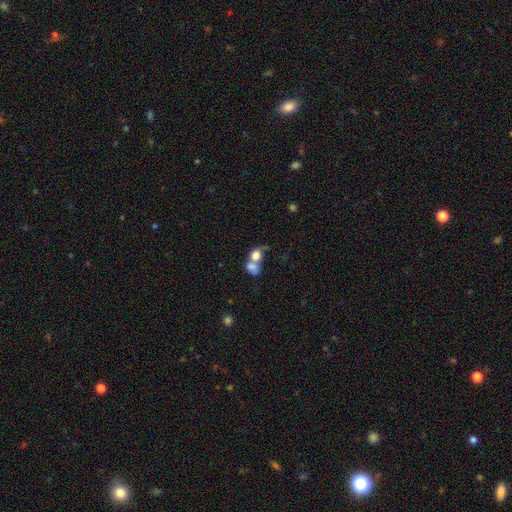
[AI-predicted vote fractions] This is likely a smooth galaxy (70%). How rounded: possibly round (50%). Merging: likely merger (70%).